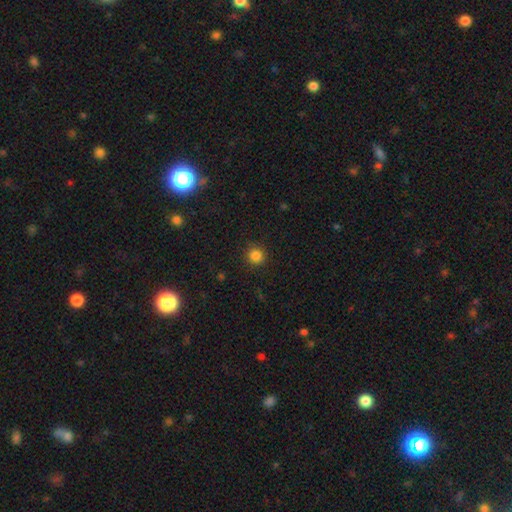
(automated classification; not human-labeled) Smooth or featured? smooth (84%)
How rounded? round (91%)
Merging? none (90%)